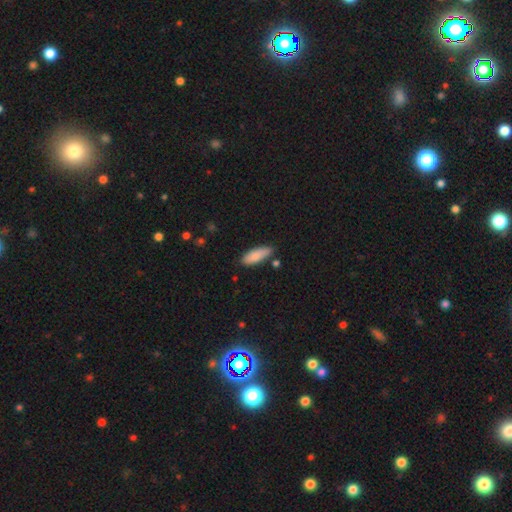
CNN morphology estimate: type=smooth (85%); roundness=in between (65%); merging=none (79%).